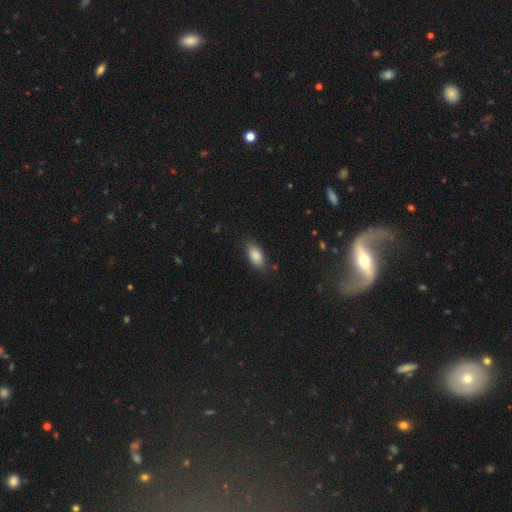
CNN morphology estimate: smooth-or-featured: smooth: 87% | star or artifact: 7% | featured or disk: 6%
  how-rounded: in between: 91% | cigar-shaped: 6% | round: 3%
  merging: none: 82% | minor disturbance: 13% | major disturbance: 3% | merger: 1%